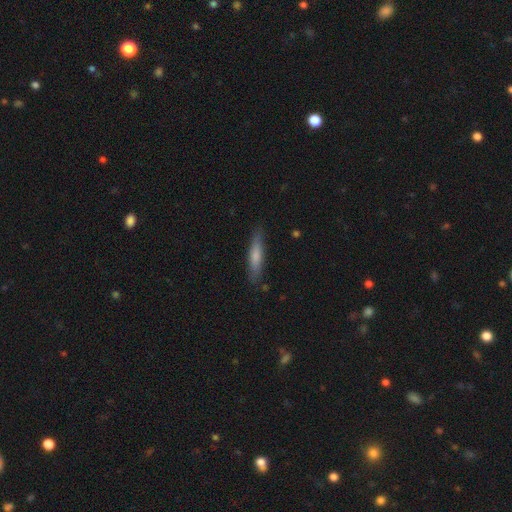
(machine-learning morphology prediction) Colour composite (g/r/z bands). It shows a smooth galaxy with no disk features (70%) that is cigar-shaped (84%). Merging: none (84%).